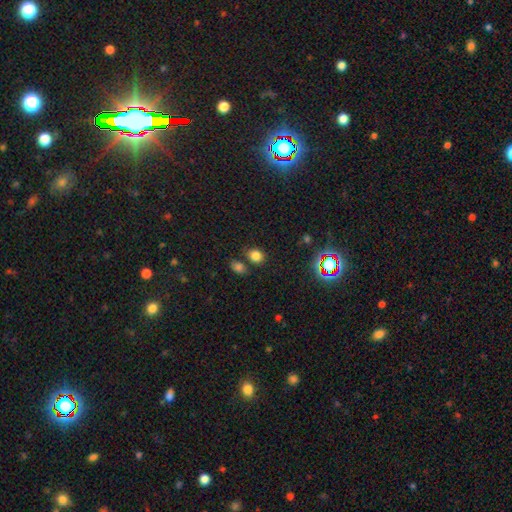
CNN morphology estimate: smooth 77%, star or artifact 17%, featured or disk 6%. Down the decision tree: how rounded — round (59%); merging — none (71%).